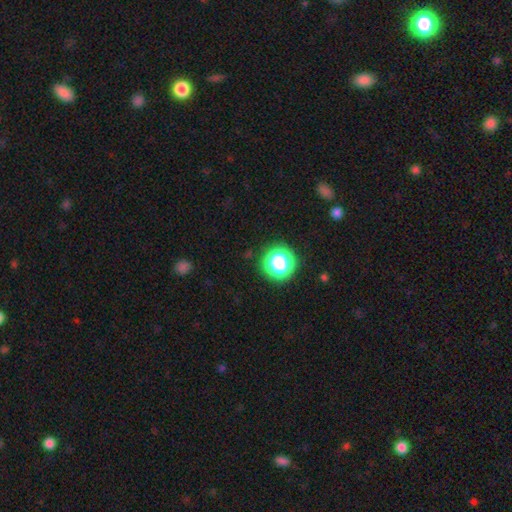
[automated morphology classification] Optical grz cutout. It shows a star or artifact, not a galaxy (64%).